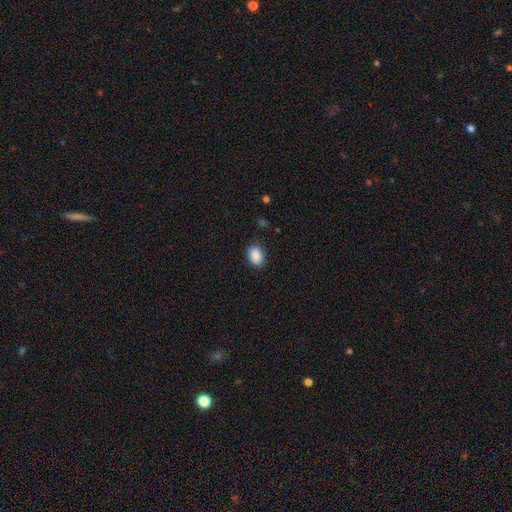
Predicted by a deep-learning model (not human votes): Smooth or featured: smooth — 87% (star or artifact — 8%)
How rounded: in between — 72% (round — 27%)
Merging: none — 86% (minor disturbance — 10%)